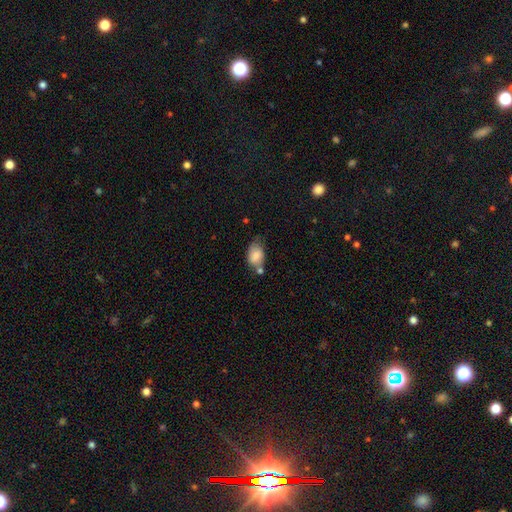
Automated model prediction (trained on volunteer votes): Overall: smooth (82%). How rounded: in between (84%). Merging: none (45%; minor disturbance 29%).